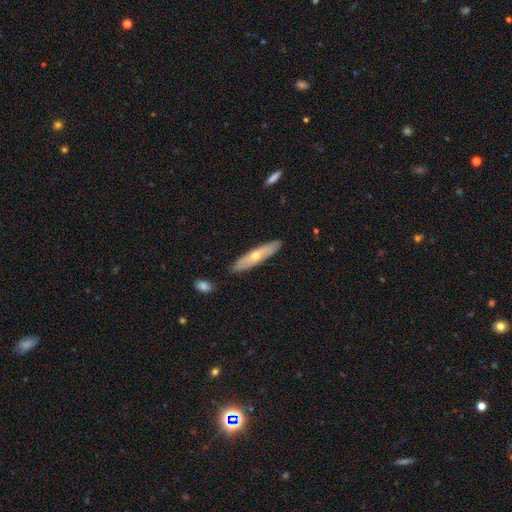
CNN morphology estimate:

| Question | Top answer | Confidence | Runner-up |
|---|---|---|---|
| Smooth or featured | featured or disk | 48% | smooth (46%) |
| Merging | none | 86% | minor disturbance (10%) |